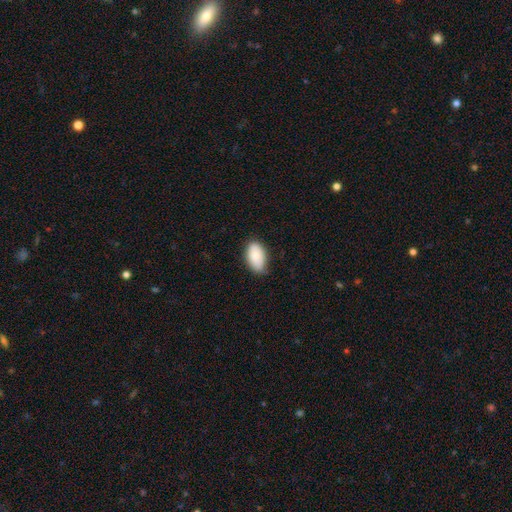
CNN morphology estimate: smooth 86%, featured or disk 8%, star or artifact 6%. Down the decision tree: how rounded — in between (94%); merging — none (72%).